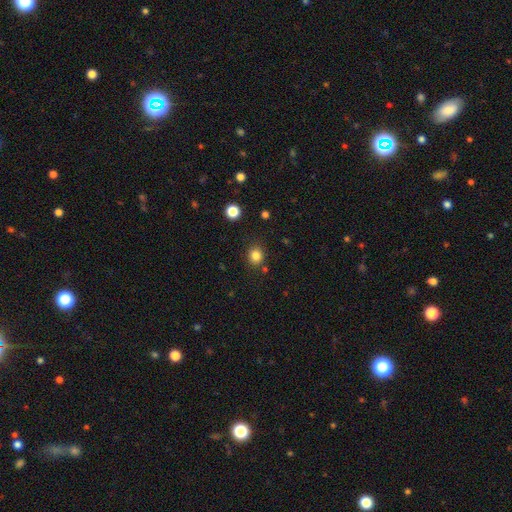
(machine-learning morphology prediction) Overall: smooth (83%). How rounded: round (82%). Merging: none (84%).